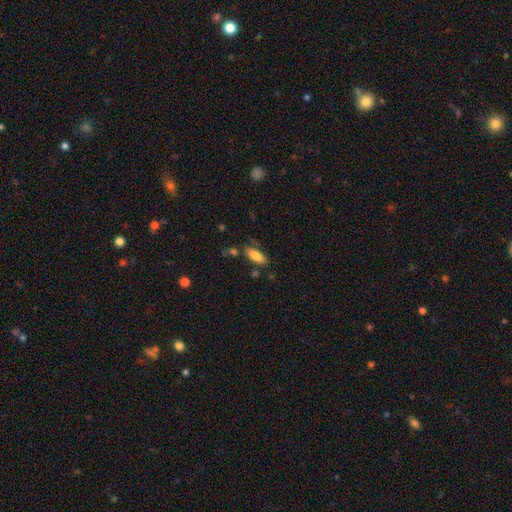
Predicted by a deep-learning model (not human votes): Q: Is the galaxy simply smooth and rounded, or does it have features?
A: smooth — 83%.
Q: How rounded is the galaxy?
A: in between — 77%.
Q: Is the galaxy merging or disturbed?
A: none — 70%.